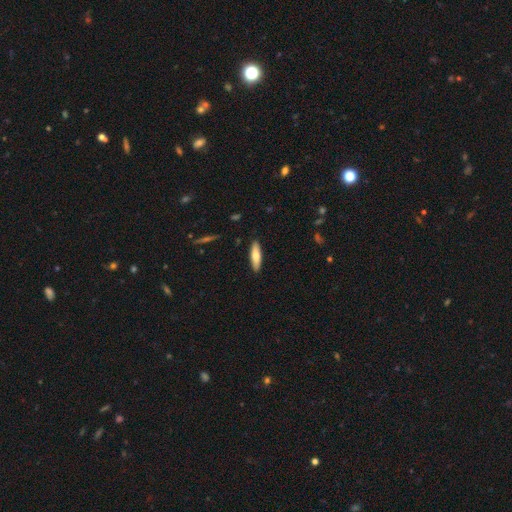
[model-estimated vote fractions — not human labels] Smooth or featured?
  - smooth: 73% *
  - featured or disk: 21%
  - star or artifact: 6%
How rounded?
  - cigar-shaped: 64% *
  - in between: 34%
  - round: 2%
Merging?
  - none: 89% *
  - minor disturbance: 8%
  - major disturbance: 2%
  - merger: 1%